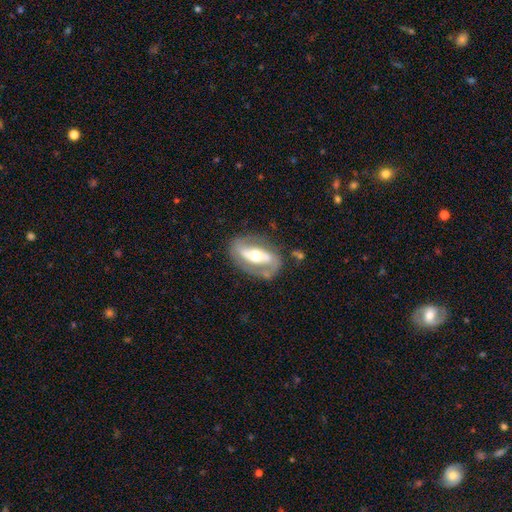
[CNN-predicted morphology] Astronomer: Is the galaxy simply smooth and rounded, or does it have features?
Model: featured or disk — 77%.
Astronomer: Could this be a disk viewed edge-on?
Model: no — 88%.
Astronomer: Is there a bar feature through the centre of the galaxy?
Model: strong — 55%.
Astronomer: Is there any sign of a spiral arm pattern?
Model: yes — 69%.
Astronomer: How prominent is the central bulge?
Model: moderate — 67%.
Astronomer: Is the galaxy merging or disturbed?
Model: none — 73%.